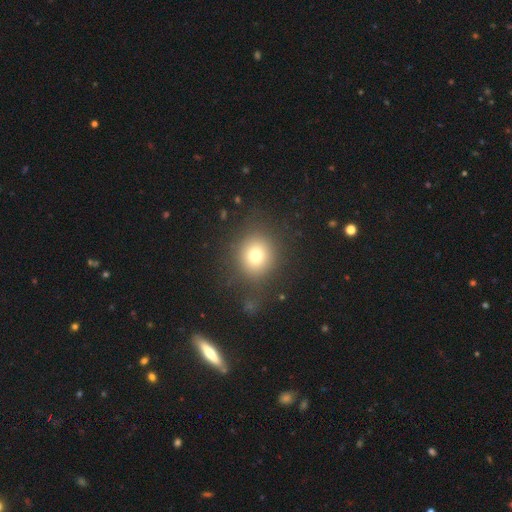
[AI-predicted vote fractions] This appears to be a smooth galaxy with no disk features (75%) that is round (83%). Merging: none (80%).